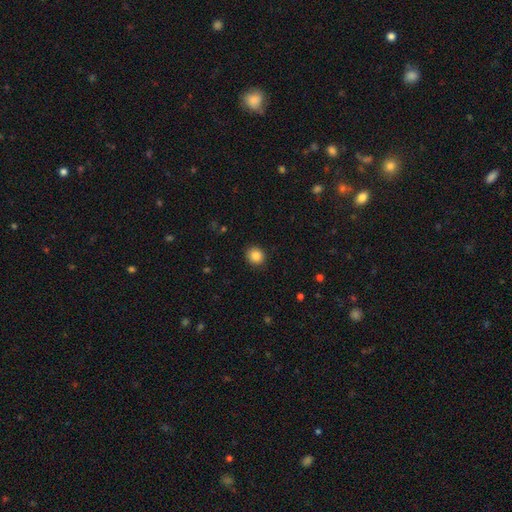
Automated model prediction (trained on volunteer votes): A smooth galaxy with no disk features (86%) that is round (87%).

Vote fractions:
- Smooth or featured? smooth: 86% / star or artifact: 10% / featured or disk: 5%
- How rounded? round: 87% / in between: 12% / cigar-shaped: 1%
- Merging? none: 91% / minor disturbance: 6% / major disturbance: 2% / merger: 1%